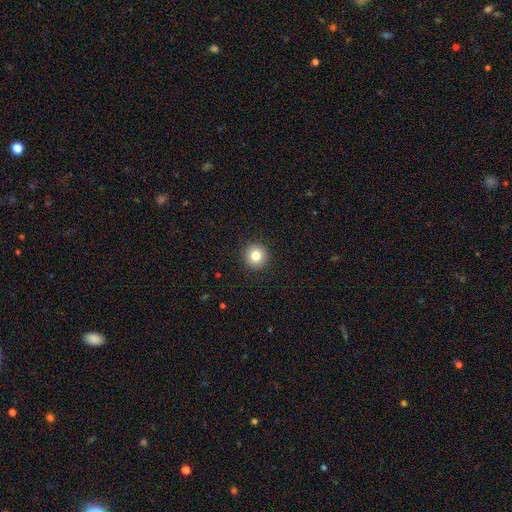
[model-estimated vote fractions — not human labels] smooth_or_featured: smooth (p=0.81) [alt: star or artifact p=0.11]
how_rounded: round (p=0.95) [alt: in between p=0.04]
merging: none (p=0.93) [alt: minor disturbance p=0.05]